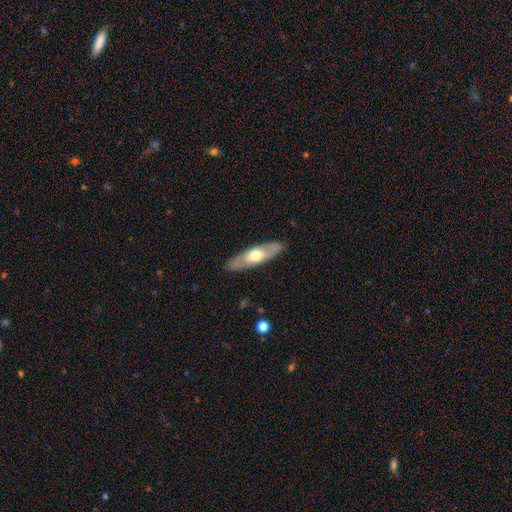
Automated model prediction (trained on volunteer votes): smooth-or-featured: smooth: 48% | featured or disk: 47% | star or artifact: 5%
  merging: none: 87% | minor disturbance: 10% | major disturbance: 2% | merger: 1%